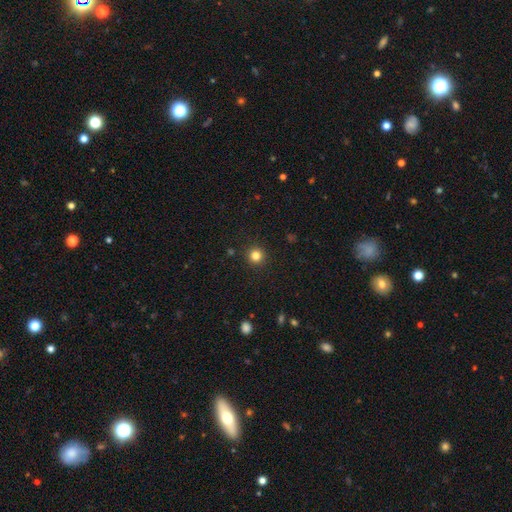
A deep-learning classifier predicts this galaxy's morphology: Smooth or featured? smooth (82%)
How rounded? round (95%)
Merging? none (92%)